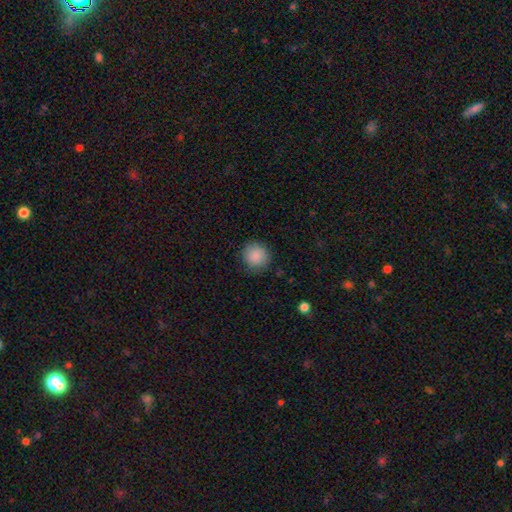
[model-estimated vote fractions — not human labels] This is clearly a smooth galaxy (87%). How rounded: clearly round (92%). Merging: clearly none (85%).